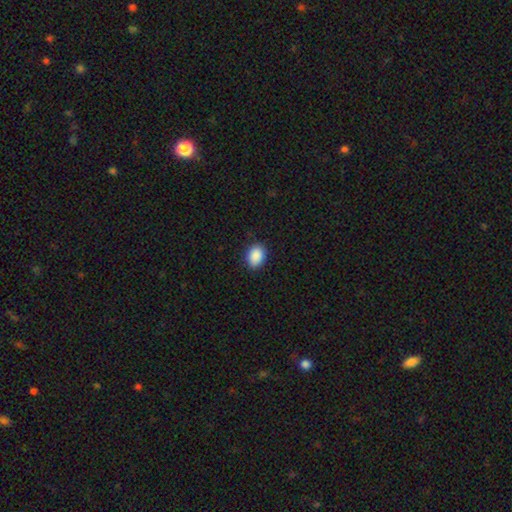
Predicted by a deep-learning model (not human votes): smooth 90%, star or artifact 8%, featured or disk 3%. Down the decision tree: how rounded — in between (70%); merging — none (87%).